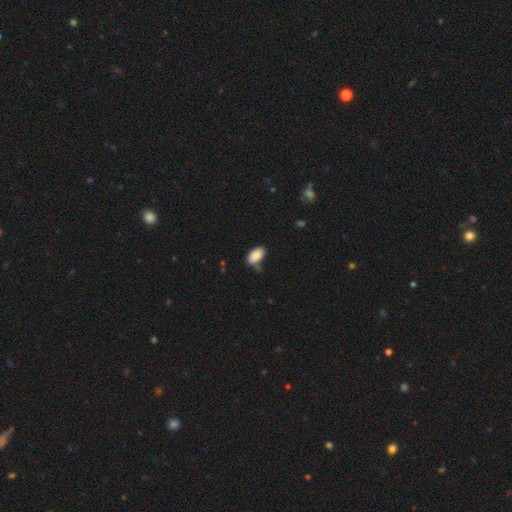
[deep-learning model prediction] Smooth or featured?
  - smooth: 88% *
  - star or artifact: 7%
  - featured or disk: 4%
How rounded?
  - in between: 95% *
  - round: 4%
  - cigar-shaped: 2%
Merging?
  - none: 64% *
  - minor disturbance: 25%
  - major disturbance: 6%
  - merger: 5%